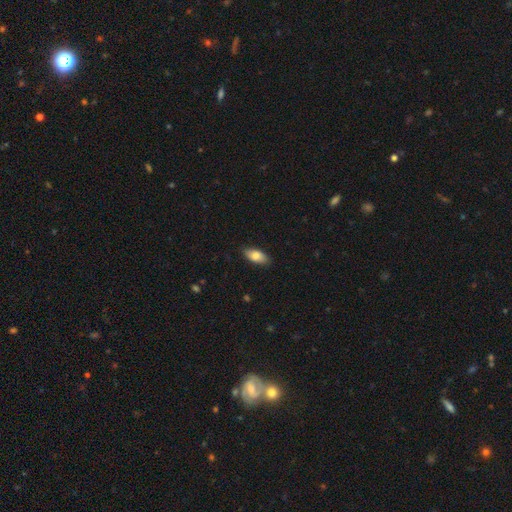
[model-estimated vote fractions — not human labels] smooth_or_featured: smooth (p=0.82) [alt: featured or disk p=0.12]
how_rounded: in between (p=0.89) [alt: cigar-shaped p=0.08]
merging: none (p=0.86) [alt: minor disturbance p=0.11]